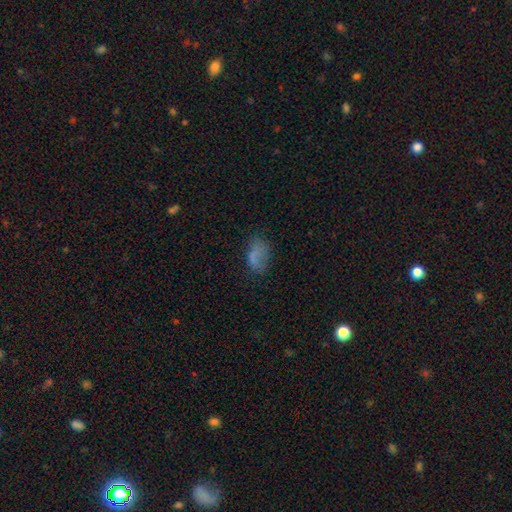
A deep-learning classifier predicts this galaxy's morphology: This is likely a smooth galaxy (69%). How rounded: clearly in between (90%). Merging: possibly none (54%).